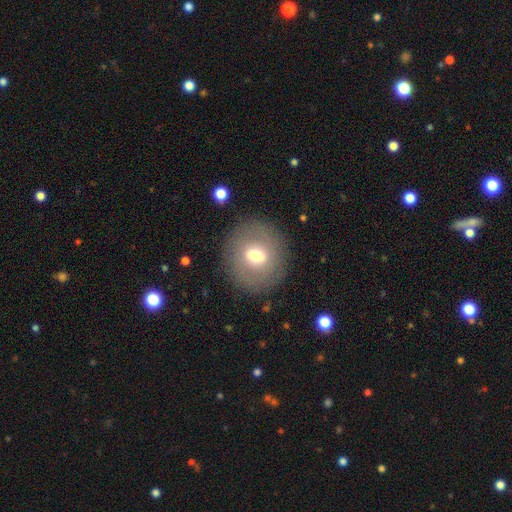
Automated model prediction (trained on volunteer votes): smooth-or-featured: smooth: 59% | featured or disk: 31% | star or artifact: 10%
  how-rounded: round: 83% | in between: 16% | cigar-shaped: 1%
  merging: none: 86% | minor disturbance: 9% | major disturbance: 5% | merger: 1%